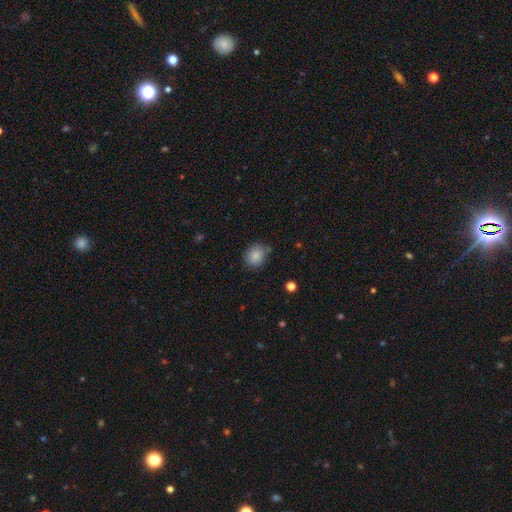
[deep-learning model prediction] A smooth galaxy with no disk features (86%) that is round (71%).

Vote fractions:
- Smooth or featured? smooth: 86% / star or artifact: 9% / featured or disk: 5%
- How rounded? round: 71% / in between: 28% / cigar-shaped: 1%
- Merging? none: 75% / minor disturbance: 18% / major disturbance: 4% / merger: 3%